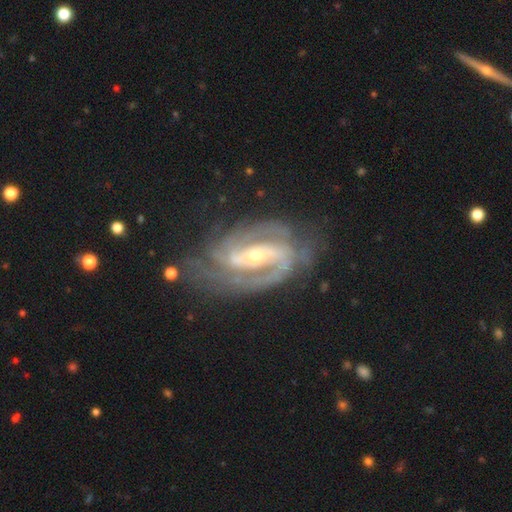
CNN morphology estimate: Smooth or featured? featured or disk (91%)
Edge-on disk? no (96%)
Bar? strong (46%)
Spiral arms? yes (97%)
Spiral winding? tight (49%)
Spiral arm count? 2 (60%)
Bulge size? small (59%)
Merging? none (67%)